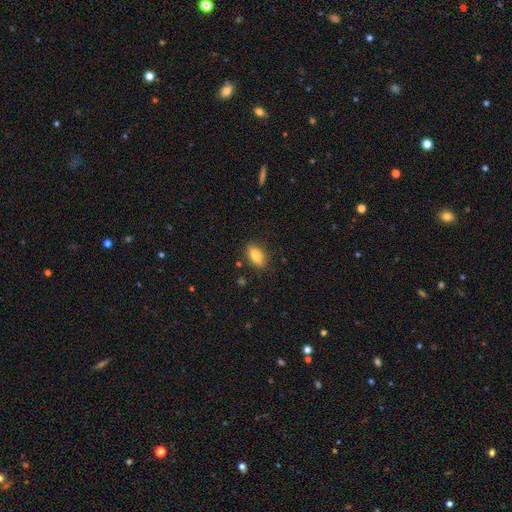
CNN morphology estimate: The model was most divided on "how rounded": in between: 77%, cigar-shaped: 19%, round: 4%. More confident: merging — none (84%); smooth or featured — smooth (77%).